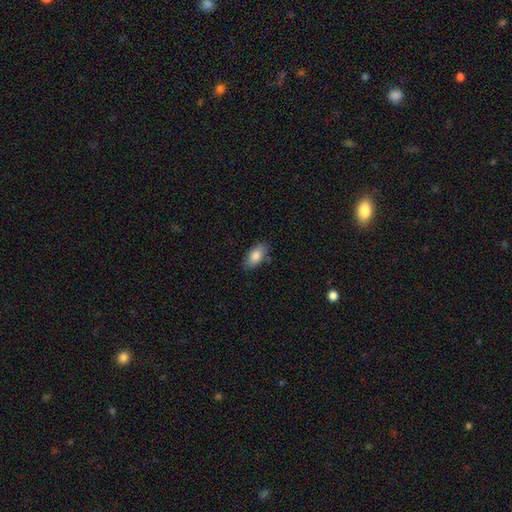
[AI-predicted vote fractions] This is clearly a smooth galaxy (83%). How rounded: clearly in between (91%). Merging: likely none (78%).